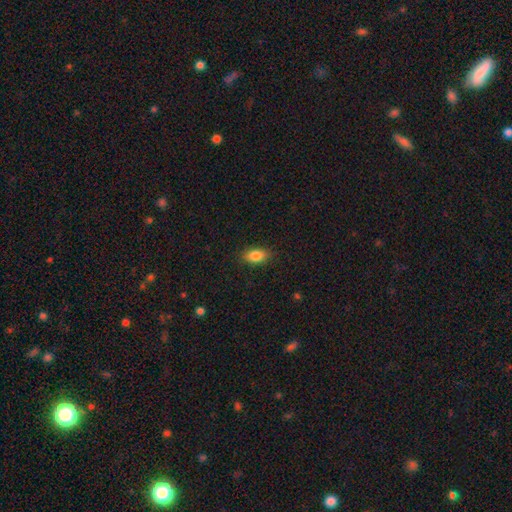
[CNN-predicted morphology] The model was most divided on "merging": none: 86%, minor disturbance: 11%, major disturbance: 2%, merger: 1%. More confident: how rounded — in between (87%); smooth or featured — smooth (84%).